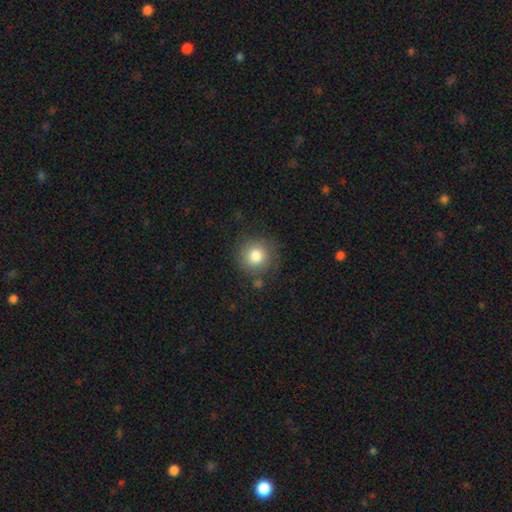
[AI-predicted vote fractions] This is clearly a smooth galaxy (80%). How rounded: clearly round (93%). Merging: likely none (77%).